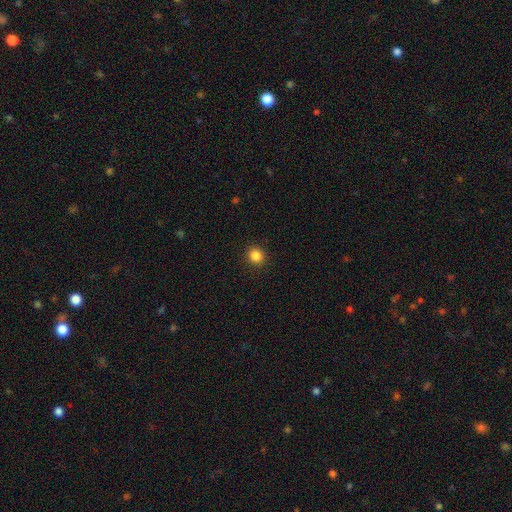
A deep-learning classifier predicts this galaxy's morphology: A smooth galaxy with no disk features (85%) that is round (89%). Merging: none (92%).